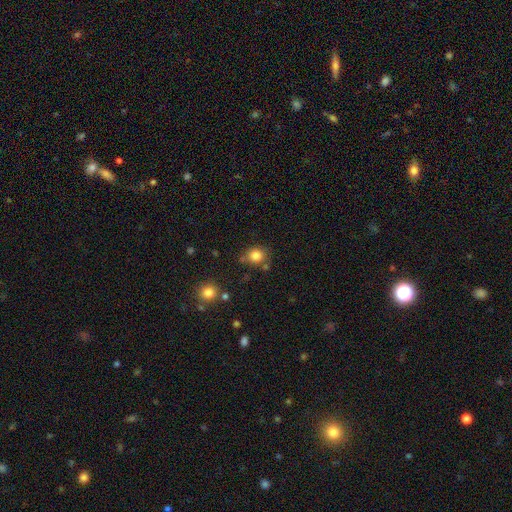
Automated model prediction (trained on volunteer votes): Smooth or featured?
  - smooth: 83% *
  - star or artifact: 11%
  - featured or disk: 6%
How rounded?
  - round: 75% *
  - in between: 24%
  - cigar-shaped: 1%
Merging?
  - none: 71% *
  - minor disturbance: 16%
  - merger: 8%
  - major disturbance: 5%